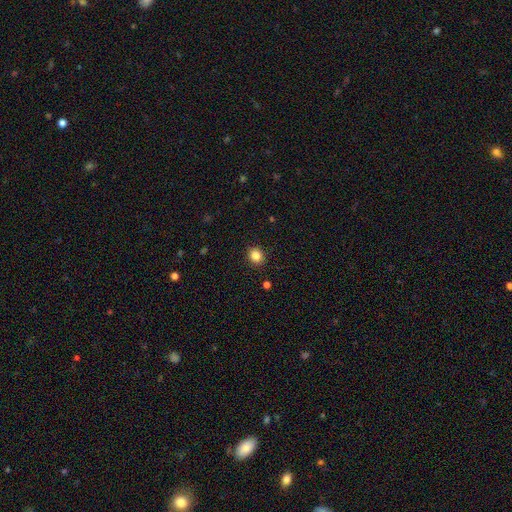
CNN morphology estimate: This is clearly a smooth galaxy (85%). How rounded: likely round (75%). Merging: clearly none (91%).